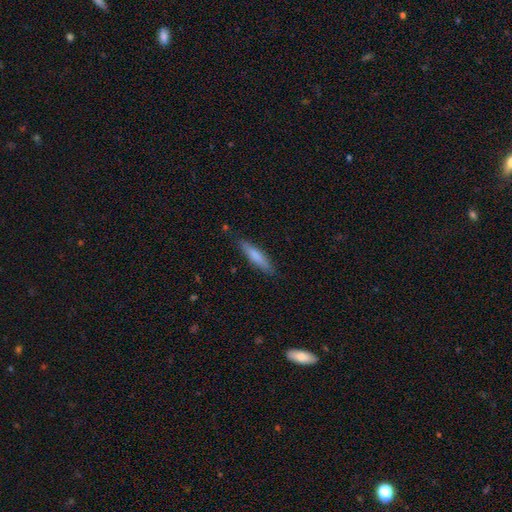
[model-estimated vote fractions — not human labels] A smooth galaxy with no disk features (76%) that is cigar-shaped (85%).

Vote fractions:
- Smooth or featured? smooth: 76% / featured or disk: 18% / star or artifact: 6%
- How rounded? cigar-shaped: 85% / in between: 14% / round: 1%
- Merging? none: 85% / minor disturbance: 11% / major disturbance: 2% / merger: 1%